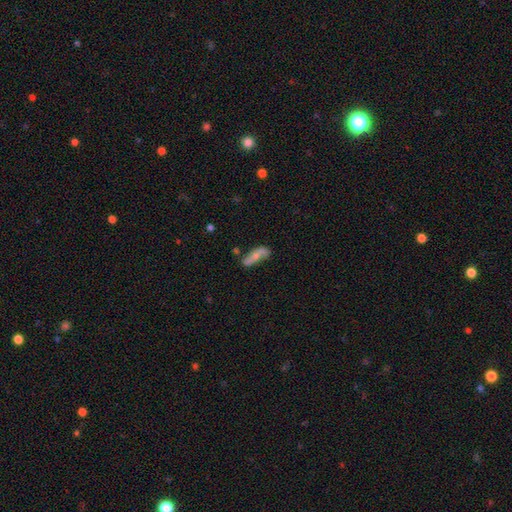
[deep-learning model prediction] A featured or disk galaxy (49%). Merging: none (58%).